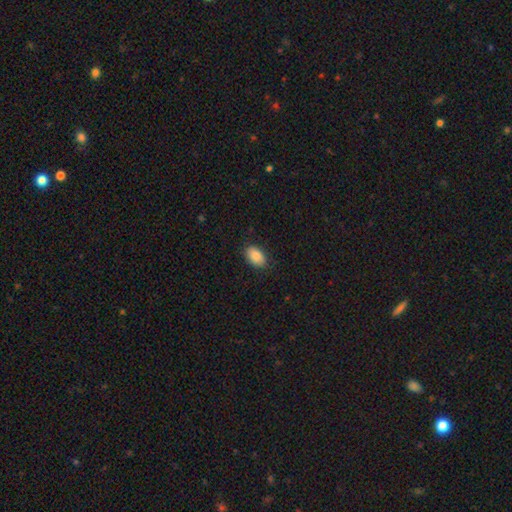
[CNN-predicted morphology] Smooth or featured?
  - smooth: 86% *
  - star or artifact: 7%
  - featured or disk: 7%
How rounded?
  - in between: 91% *
  - round: 8%
  - cigar-shaped: 1%
Merging?
  - none: 86% *
  - minor disturbance: 11%
  - major disturbance: 2%
  - merger: 1%